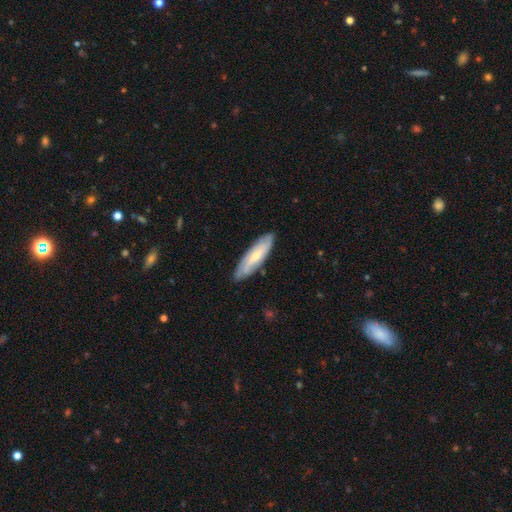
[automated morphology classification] Q: Smooth or featured?
A: featured or disk (53%); runner-up: smooth (41%)
Q: Edge-on disk?
A: no (66%); runner-up: yes (34%)
Q: Merging?
A: none (83%); runner-up: minor disturbance (13%)